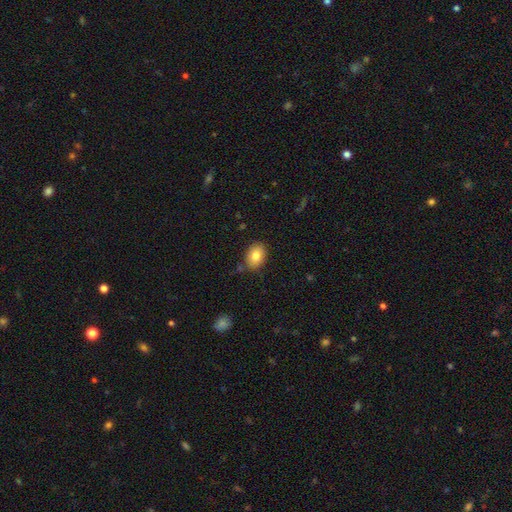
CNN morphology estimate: Q: Smooth or featured?
A: smooth (83%); runner-up: featured or disk (10%)
Q: How rounded?
A: in between (78%); runner-up: round (21%)
Q: Merging?
A: none (82%); runner-up: minor disturbance (13%)